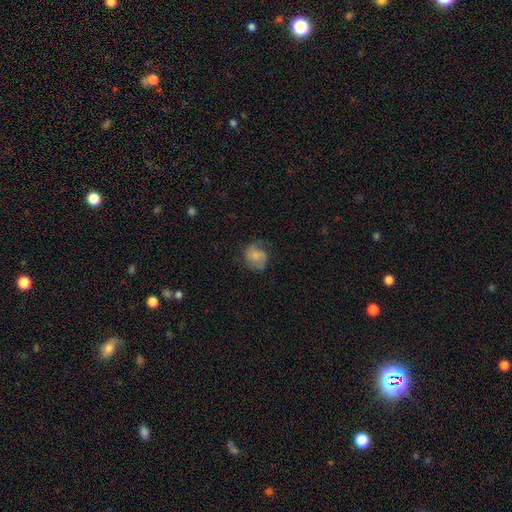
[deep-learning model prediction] smooth-or-featured: smooth: 50% | featured or disk: 41% | star or artifact: 8%
  how-rounded: round: 72% | in between: 27% | cigar-shaped: 1%
  merging: none: 58% | minor disturbance: 24% | major disturbance: 16% | merger: 1%